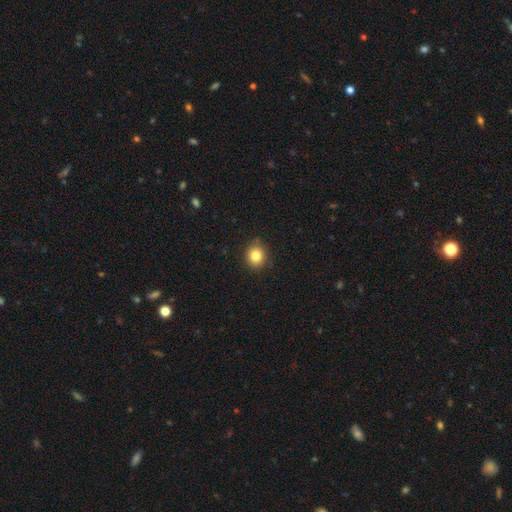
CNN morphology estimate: Smooth or featured? smooth (83%)
How rounded? round (79%)
Merging? none (86%)